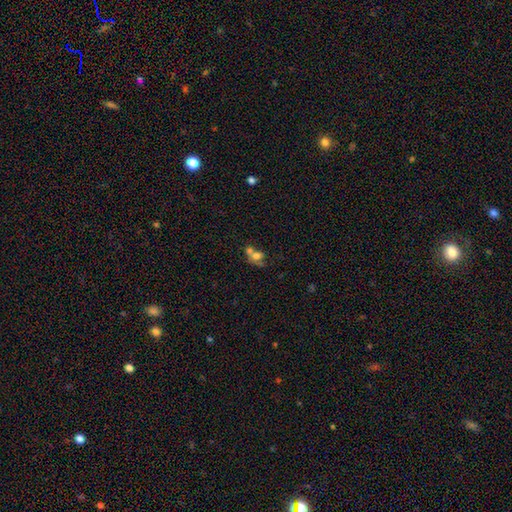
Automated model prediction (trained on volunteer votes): A smooth galaxy with no disk features (62%) that is round (52%). Merging: merger (61%).